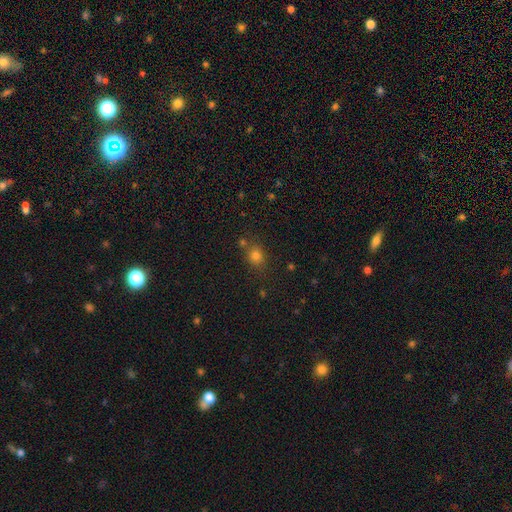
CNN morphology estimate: This is likely a smooth galaxy (76%). How rounded: likely round (65%). Merging: likely none (71%).